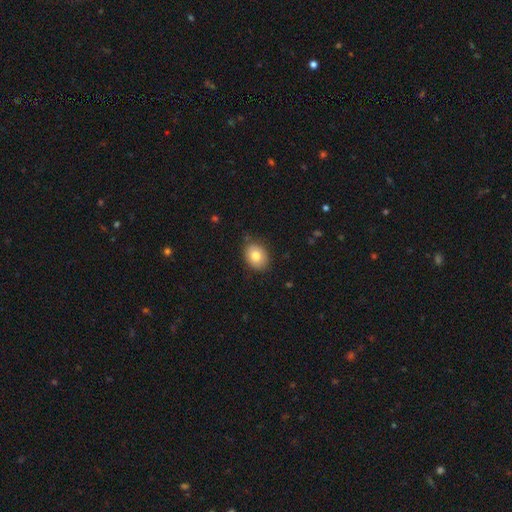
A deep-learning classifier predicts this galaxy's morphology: smooth_or_featured: smooth (p=0.80) [alt: featured or disk p=0.11]
how_rounded: in between (p=0.57) [alt: round p=0.42]
merging: none (p=0.81) [alt: minor disturbance p=0.15]